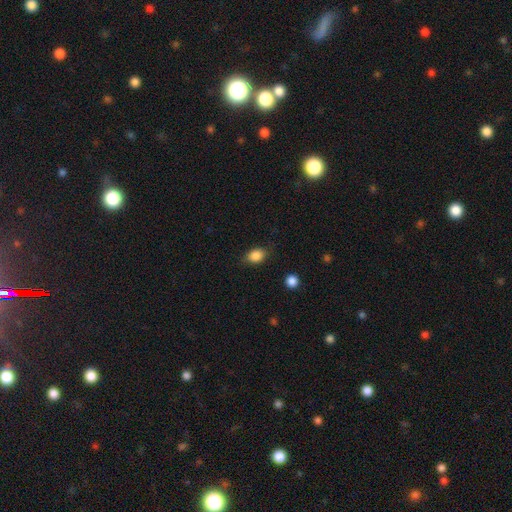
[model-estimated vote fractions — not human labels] This is clearly a smooth galaxy (86%). How rounded: likely in between (67%). Merging: likely none (78%).